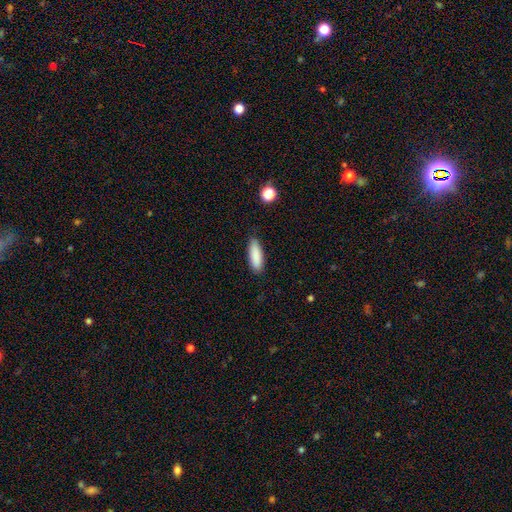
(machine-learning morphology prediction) Smooth or featured? Predicted: smooth (p=0.88). How rounded? Predicted: in between (p=0.54). Merging? Predicted: none (p=0.85).